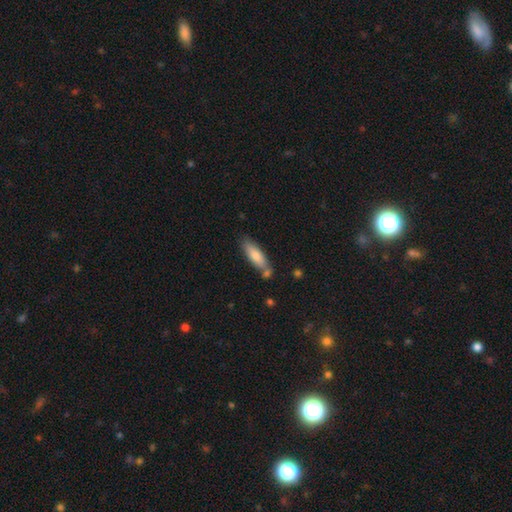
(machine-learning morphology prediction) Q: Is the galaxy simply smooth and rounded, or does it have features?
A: smooth — 76%.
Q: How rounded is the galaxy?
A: cigar-shaped — 55%.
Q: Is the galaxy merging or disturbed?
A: none — 69%.